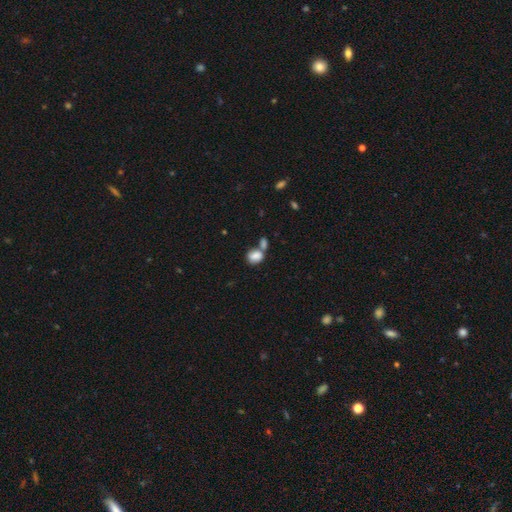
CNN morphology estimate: This is clearly a smooth galaxy (84%). How rounded: likely in between (61%). Merging: possibly merger (48%).